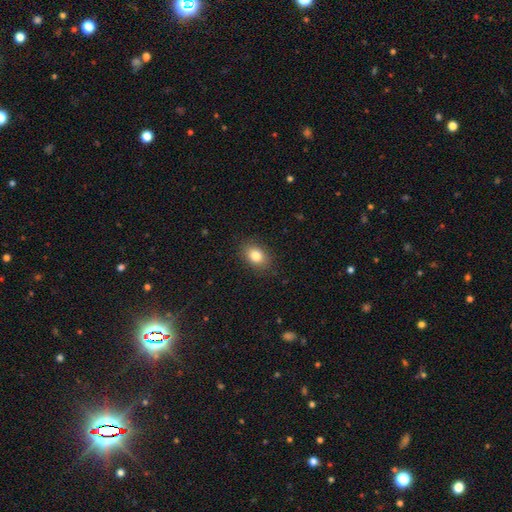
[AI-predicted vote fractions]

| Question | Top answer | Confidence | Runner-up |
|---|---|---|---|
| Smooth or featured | smooth | 83% | star or artifact (9%) |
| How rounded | in between | 75% | round (23%) |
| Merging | none | 87% | minor disturbance (9%) |